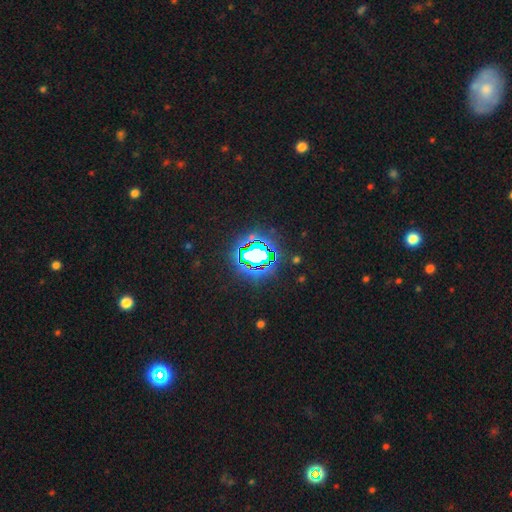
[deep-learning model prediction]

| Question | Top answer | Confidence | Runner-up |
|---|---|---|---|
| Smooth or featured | star or artifact | 72% | smooth (16%) |